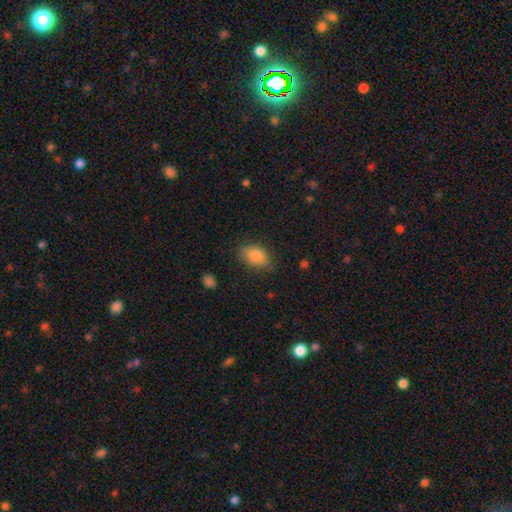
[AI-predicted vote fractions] Smooth or featured? Predicted: smooth (p=0.85). How rounded? Predicted: in between (p=0.88). Merging? Predicted: none (p=0.78).